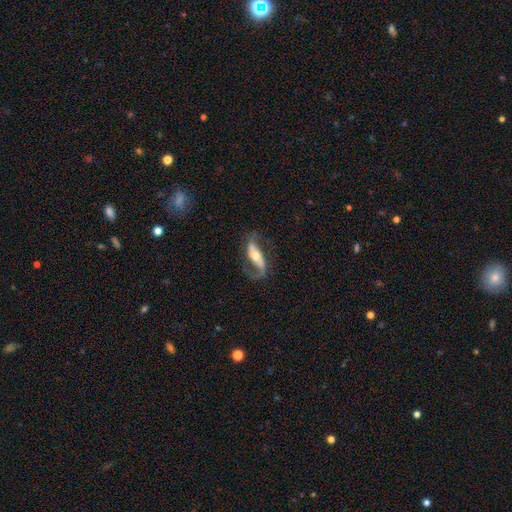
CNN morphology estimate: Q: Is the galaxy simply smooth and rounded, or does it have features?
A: featured or disk — 81%.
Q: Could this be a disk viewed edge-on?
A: no — 85%.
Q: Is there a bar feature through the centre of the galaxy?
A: strong — 47%.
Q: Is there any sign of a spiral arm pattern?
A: yes — 92%.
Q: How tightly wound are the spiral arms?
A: loose — 58%.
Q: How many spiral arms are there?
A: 2 — 84%.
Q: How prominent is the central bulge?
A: moderate — 63%.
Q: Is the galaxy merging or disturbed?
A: none — 66%.